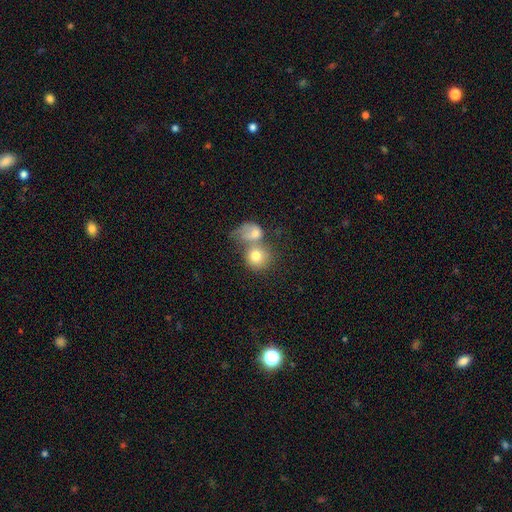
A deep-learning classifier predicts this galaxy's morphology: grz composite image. It shows a smooth galaxy with no disk features (74%) that is round (79%). Merging: merger (61%).